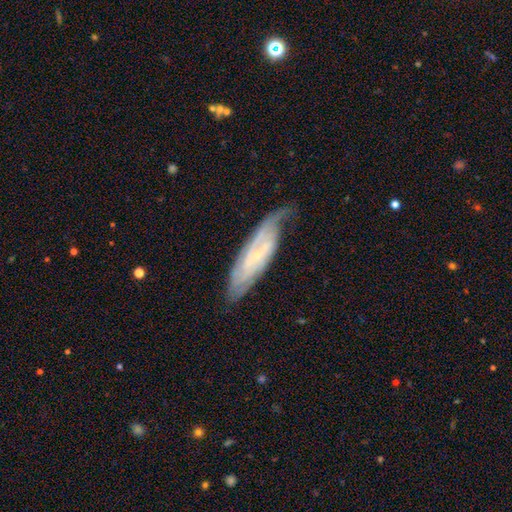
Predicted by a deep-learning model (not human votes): The model was most divided on "spiral arm count": 2: 41%, can't tell: 39%, 3: 8%, 1: 6%, 4: 4%, more than 4: 3%. Remaining: spiral arms — yes (89%); bulge size — small (77%); edge-on disk — no (76%); smooth or featured — featured or disk (74%); merging — none (62%); spiral winding — tight (48%); bar — no (48%).